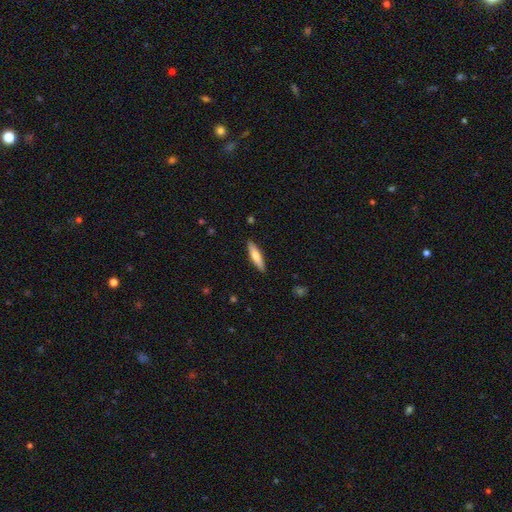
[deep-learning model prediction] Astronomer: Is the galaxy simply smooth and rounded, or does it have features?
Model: smooth — 63%.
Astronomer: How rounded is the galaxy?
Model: cigar-shaped — 75%.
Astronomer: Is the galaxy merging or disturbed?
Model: none — 90%.